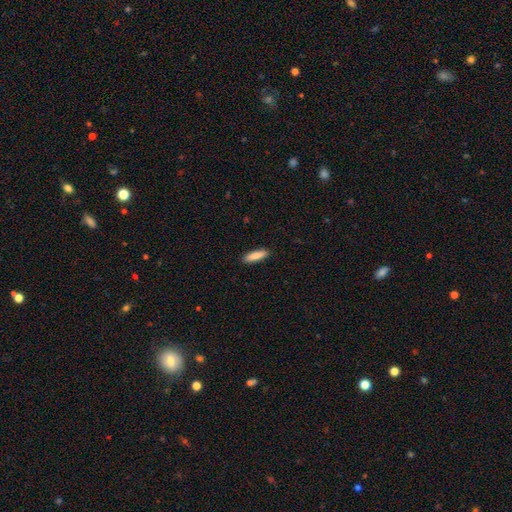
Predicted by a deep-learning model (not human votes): A smooth galaxy with no disk features (87%) that is cigar-shaped (63%).

Vote fractions:
- Smooth or featured? smooth: 87% / featured or disk: 8% / star or artifact: 6%
- How rounded? cigar-shaped: 63% / in between: 36% / round: 2%
- Merging? none: 90% / minor disturbance: 8% / major disturbance: 2% / merger: 1%